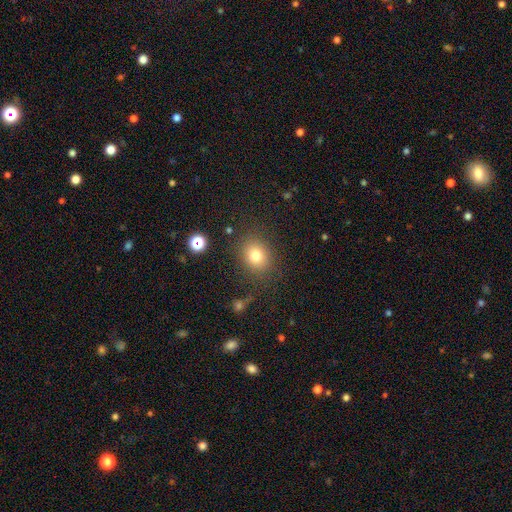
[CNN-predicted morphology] This is likely a smooth galaxy (78%). How rounded: likely round (64%). Merging: clearly none (82%).